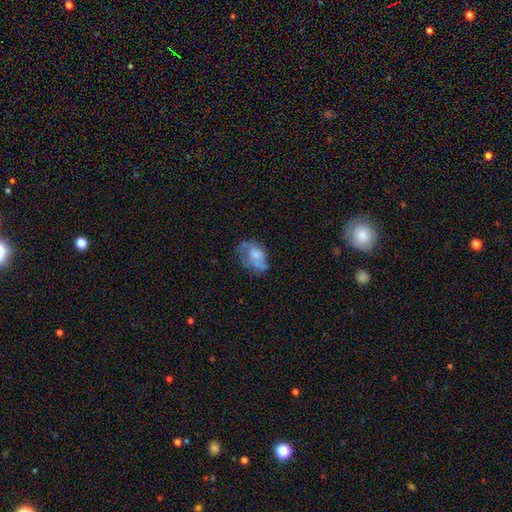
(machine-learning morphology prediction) This appears to be a smooth galaxy with no disk features (48%). Merging: none (35%).